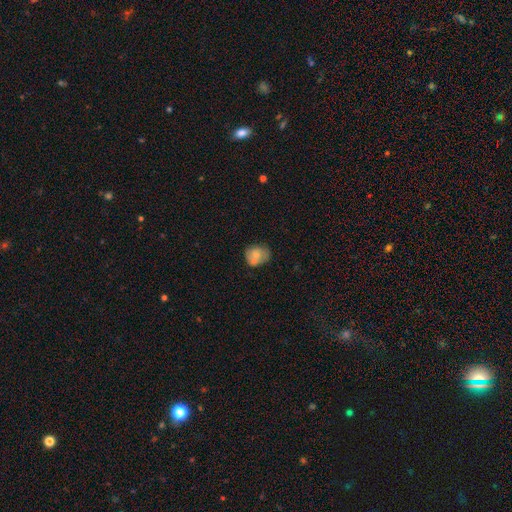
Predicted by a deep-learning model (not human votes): Q: Smooth or featured?
A: smooth (65%); runner-up: featured or disk (26%)
Q: How rounded?
A: round (59%); runner-up: in between (40%)
Q: Merging?
A: none (48%); runner-up: minor disturbance (25%)